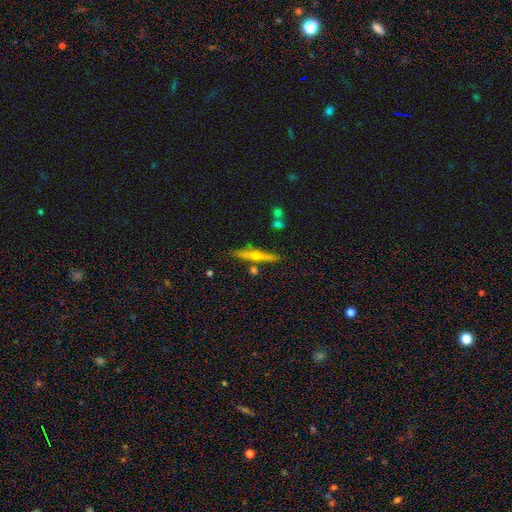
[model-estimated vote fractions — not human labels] Morphology: type=featured or disk (61%); edge-on=yes (96%); edge-on bulge=rounded (88%); merging=none (82%).